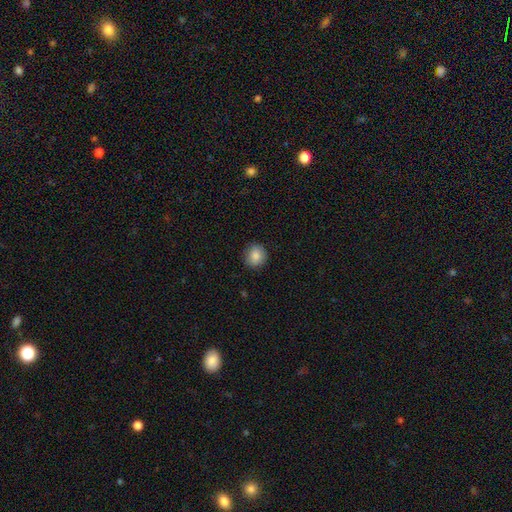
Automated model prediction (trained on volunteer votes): The model was most divided on "smooth or featured": smooth: 85%, star or artifact: 9%, featured or disk: 6%. More confident: how rounded — round (90%); merging — none (89%).